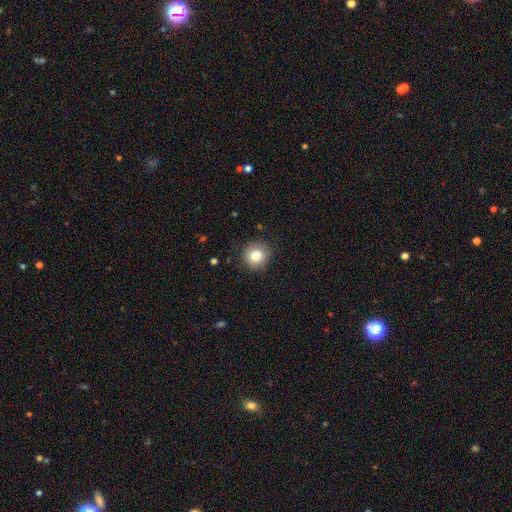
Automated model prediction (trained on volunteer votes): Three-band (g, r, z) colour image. It shows a smooth galaxy with no disk features (81%) that is round (93%). Merging: none (90%).